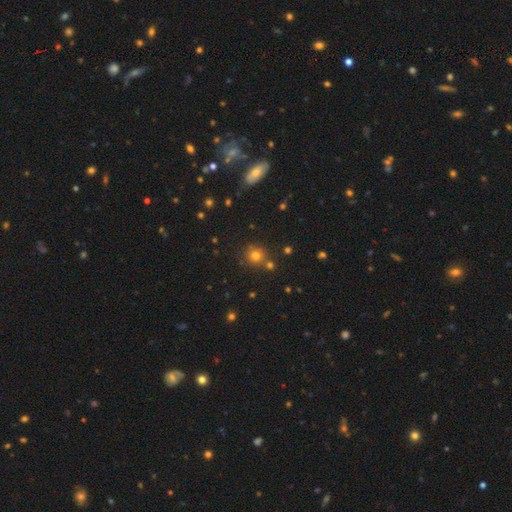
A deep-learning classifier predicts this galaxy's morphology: Overall: smooth (71%). How rounded: round (88%). Merging: none (76%).